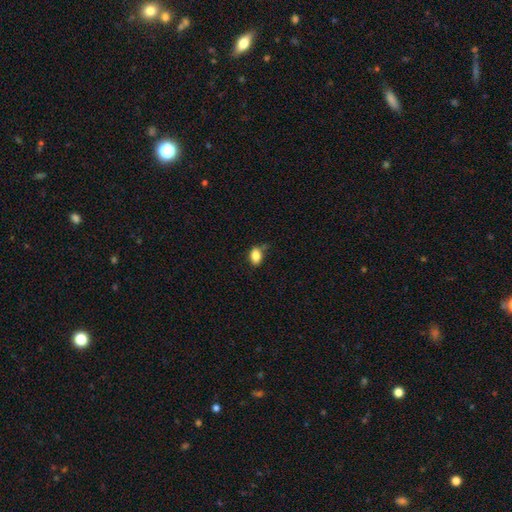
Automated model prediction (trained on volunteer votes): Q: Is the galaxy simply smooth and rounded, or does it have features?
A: smooth — 84%.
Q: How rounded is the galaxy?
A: in between — 78%.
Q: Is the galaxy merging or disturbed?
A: none — 61%.